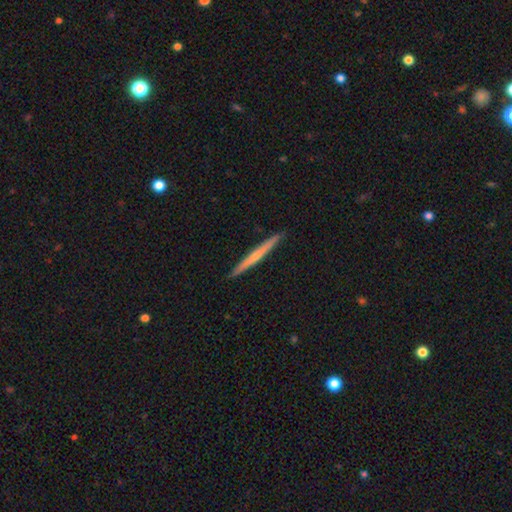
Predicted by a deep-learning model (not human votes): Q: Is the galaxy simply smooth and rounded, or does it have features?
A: featured or disk — 52%.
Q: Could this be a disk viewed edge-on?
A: yes — 98%.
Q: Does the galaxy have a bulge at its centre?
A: none — 57%.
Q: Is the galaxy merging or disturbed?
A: none — 92%.